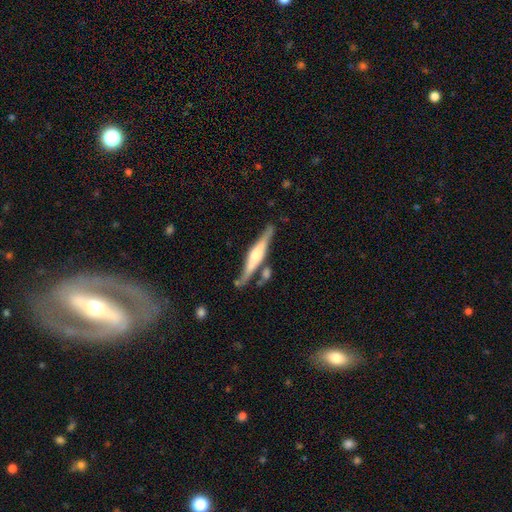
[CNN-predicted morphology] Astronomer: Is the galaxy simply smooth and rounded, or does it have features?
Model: featured or disk — 67%.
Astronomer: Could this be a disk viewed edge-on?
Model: yes — 96%.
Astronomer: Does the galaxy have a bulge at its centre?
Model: rounded — 75%.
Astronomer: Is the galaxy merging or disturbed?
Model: none — 72%.